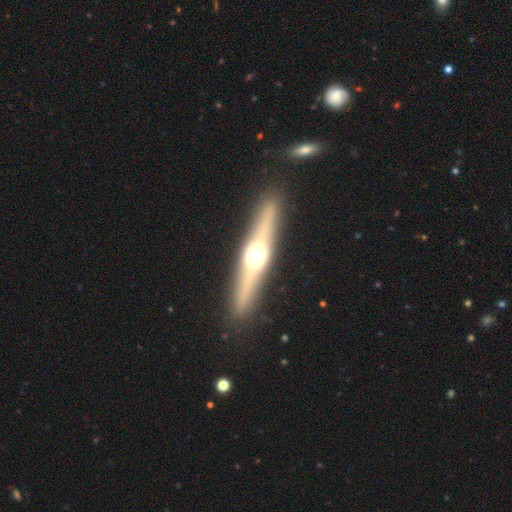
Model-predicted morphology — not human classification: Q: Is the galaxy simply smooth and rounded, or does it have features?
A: featured or disk — 71%.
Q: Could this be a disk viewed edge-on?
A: yes — 96%.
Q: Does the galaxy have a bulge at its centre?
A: rounded — 94%.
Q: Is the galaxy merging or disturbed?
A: none — 90%.